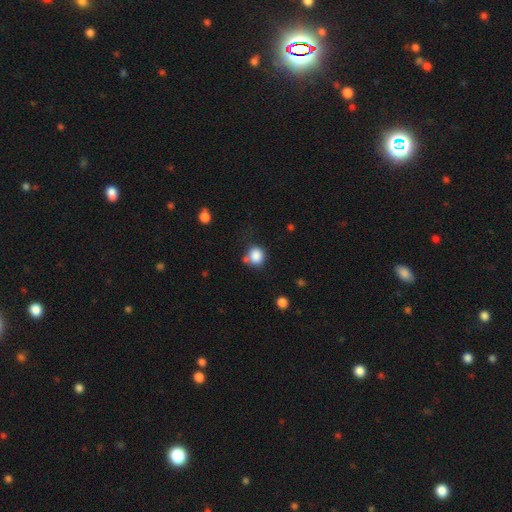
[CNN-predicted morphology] This is clearly a smooth galaxy (86%). How rounded: clearly round (83%). Merging: likely none (66%).